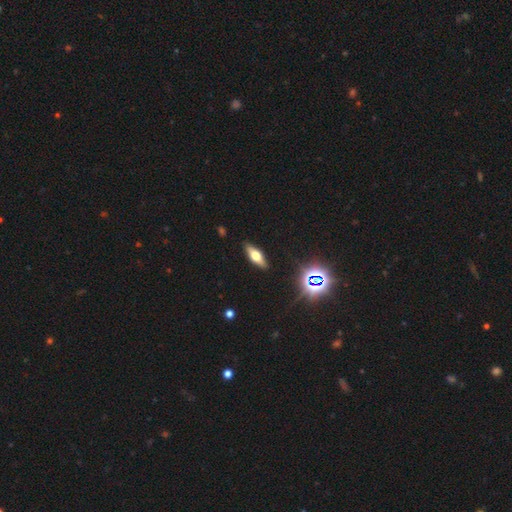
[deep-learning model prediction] smooth-or-featured: smooth: 46% | featured or disk: 42% | star or artifact: 13%
  merging: none: 88% | minor disturbance: 9% | major disturbance: 2% | merger: 1%